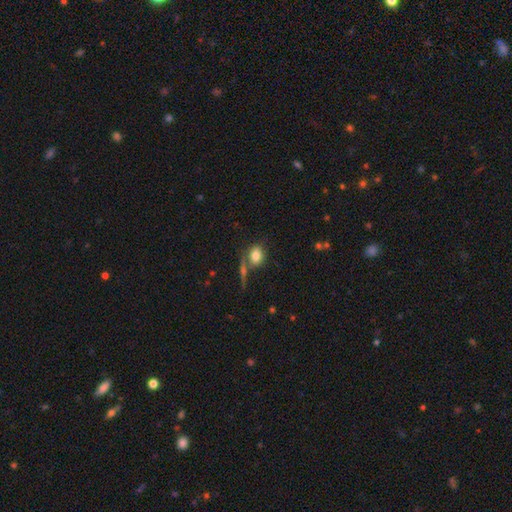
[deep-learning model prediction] The model was most divided on "how rounded": in between: 60%, round: 38%, cigar-shaped: 2%. More confident: smooth or featured — smooth (79%); merging — none (59%).